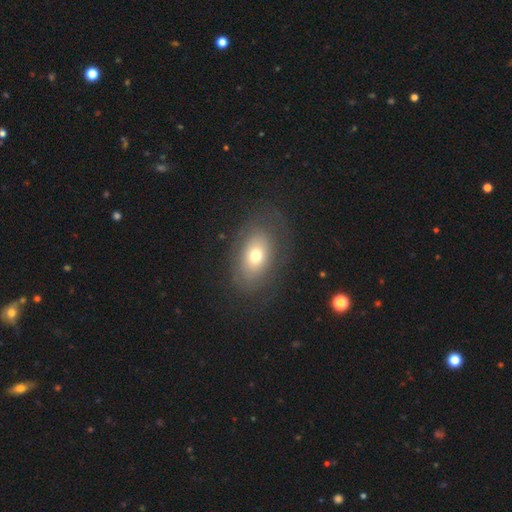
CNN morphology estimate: Smooth or featured?
  - smooth: 61% *
  - featured or disk: 29%
  - star or artifact: 10%
How rounded?
  - in between: 84% *
  - round: 15%
  - cigar-shaped: 1%
Merging?
  - none: 73% *
  - minor disturbance: 16%
  - major disturbance: 10%
  - merger: 1%